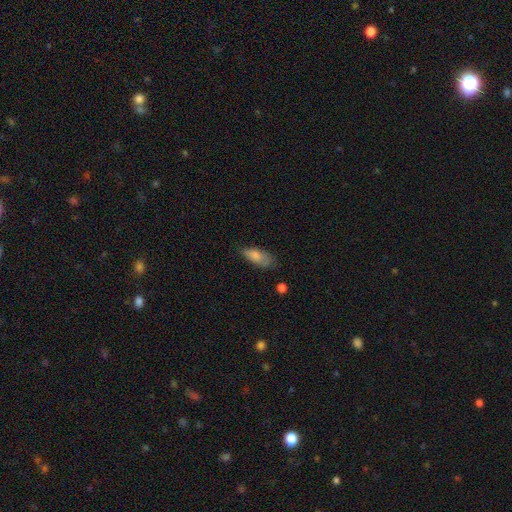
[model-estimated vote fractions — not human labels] Smooth or featured?
  - smooth: 82% *
  - featured or disk: 11%
  - star or artifact: 7%
How rounded?
  - in between: 79% *
  - cigar-shaped: 19%
  - round: 2%
Merging?
  - none: 62% *
  - minor disturbance: 29%
  - major disturbance: 7%
  - merger: 2%